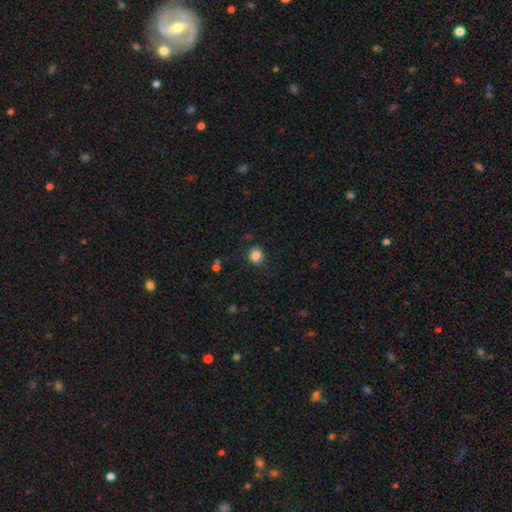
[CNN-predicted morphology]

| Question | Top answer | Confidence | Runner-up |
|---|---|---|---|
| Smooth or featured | smooth | 85% | star or artifact (11%) |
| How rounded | round | 77% | in between (22%) |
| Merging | none | 84% | minor disturbance (11%) |